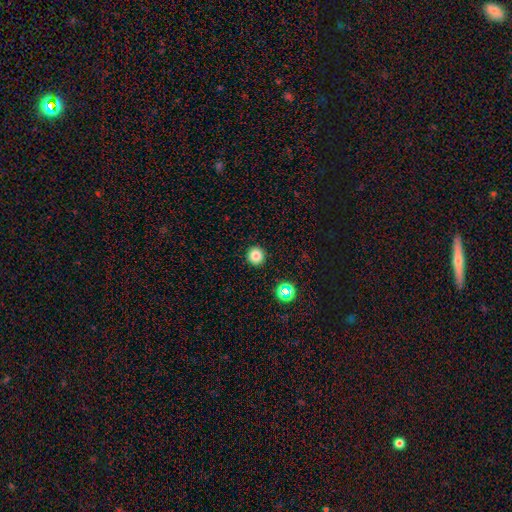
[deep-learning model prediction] This is clearly a smooth galaxy (81%). How rounded: clearly round (95%). Merging: clearly none (92%).